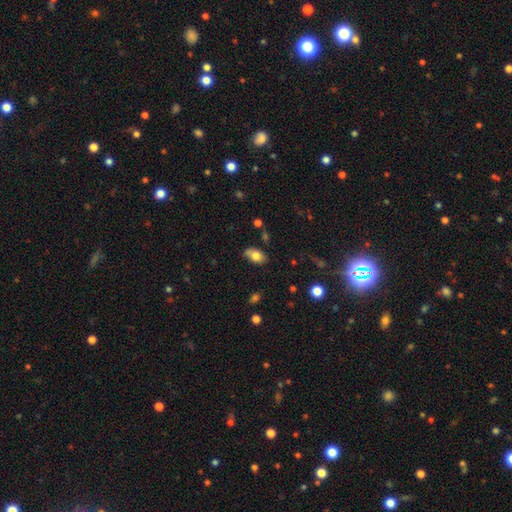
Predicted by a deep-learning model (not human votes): Q: Smooth or featured?
A: smooth (76%); runner-up: featured or disk (15%)
Q: How rounded?
A: in between (89%); runner-up: round (9%)
Q: Merging?
A: none (66%); runner-up: minor disturbance (23%)